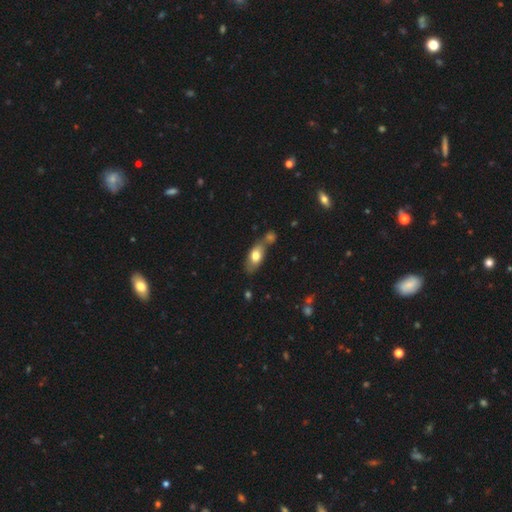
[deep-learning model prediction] Smooth or featured?
  - smooth: 73% *
  - featured or disk: 20%
  - star or artifact: 7%
How rounded?
  - in between: 85% *
  - cigar-shaped: 10%
  - round: 5%
Merging?
  - none: 49% *
  - merger: 31%
  - minor disturbance: 16%
  - major disturbance: 5%